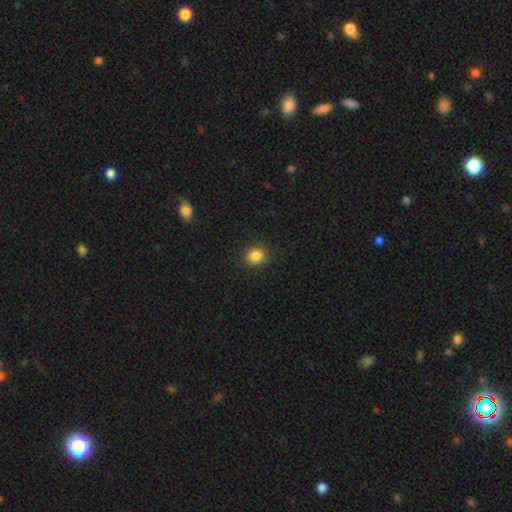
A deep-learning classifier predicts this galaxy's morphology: Smooth or featured? smooth (85%)
How rounded? round (81%)
Merging? none (90%)